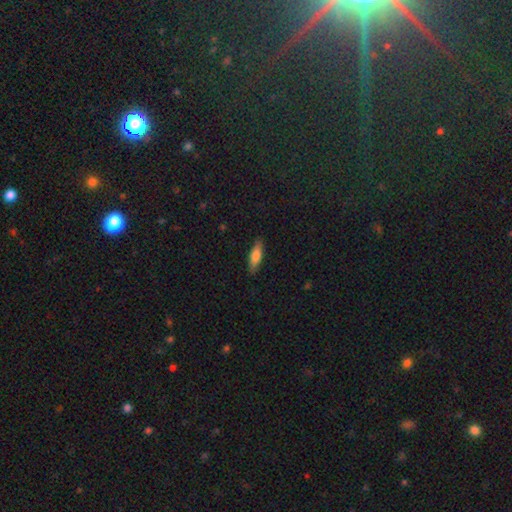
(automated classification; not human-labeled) Smooth or featured? smooth (74%)
How rounded? cigar-shaped (54%)
Merging? none (86%)